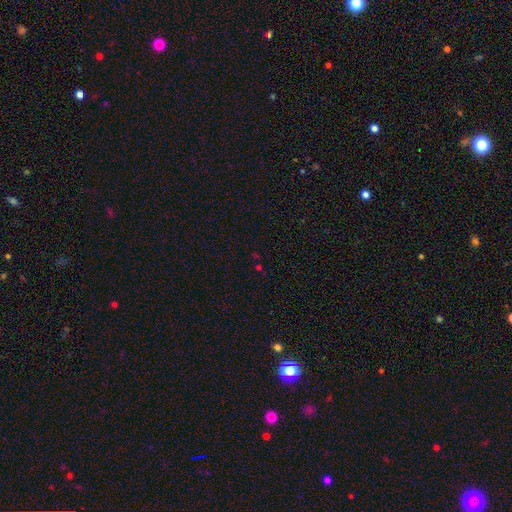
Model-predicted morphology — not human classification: Smooth or featured?
  - star or artifact: 64% *
  - smooth: 29%
  - featured or disk: 7%